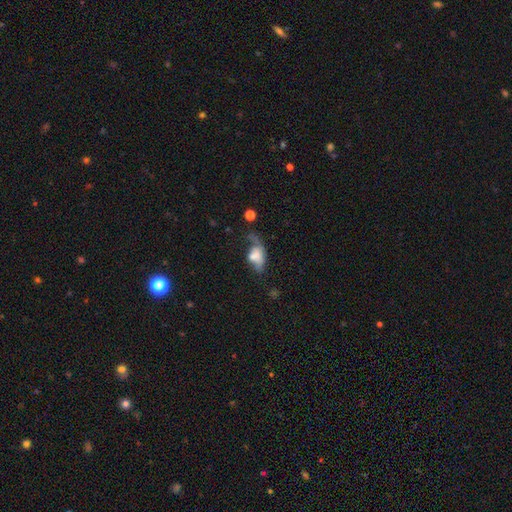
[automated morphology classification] Smooth or featured?
  - smooth: 57% *
  - featured or disk: 32%
  - star or artifact: 11%
How rounded?
  - in between: 81% *
  - round: 11%
  - cigar-shaped: 8%
Merging?
  - major disturbance: 32% *
  - none: 24%
  - minor disturbance: 22%
  - merger: 21%